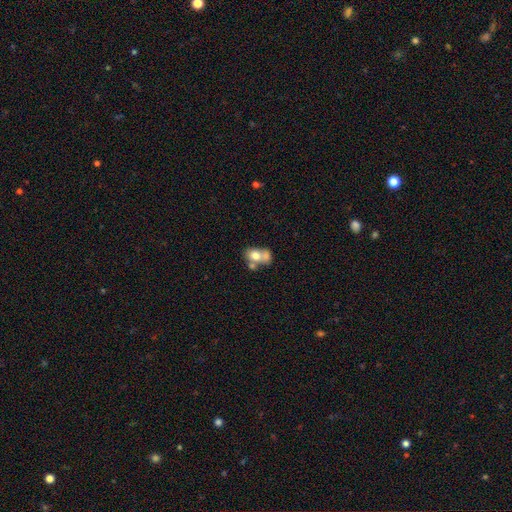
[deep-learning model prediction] Smooth or featured?
  - smooth: 67% *
  - featured or disk: 23%
  - star or artifact: 9%
How rounded?
  - in between: 65% *
  - round: 34%
  - cigar-shaped: 1%
Merging?
  - merger: 58% *
  - none: 24%
  - minor disturbance: 11%
  - major disturbance: 7%